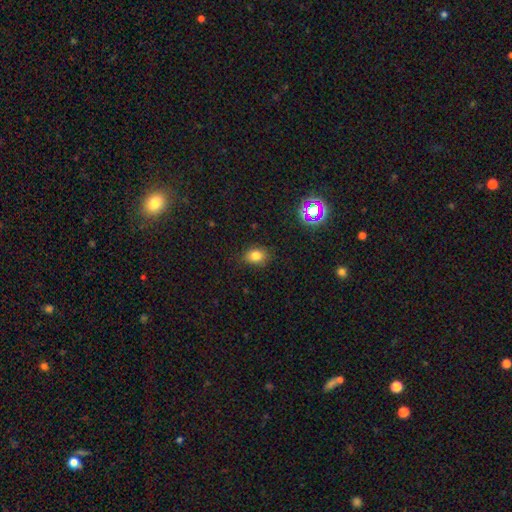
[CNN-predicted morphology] smooth_or_featured: smooth (p=0.79) [alt: star or artifact p=0.14]
how_rounded: in between (p=0.64) [alt: round p=0.35]
merging: none (p=0.83) [alt: minor disturbance p=0.13]